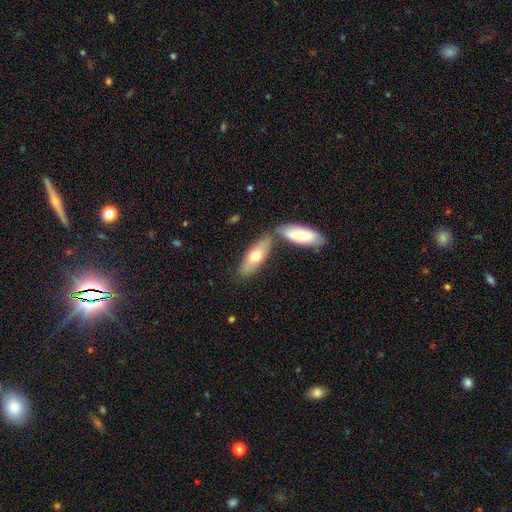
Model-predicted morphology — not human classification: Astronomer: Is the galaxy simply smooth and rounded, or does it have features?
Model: smooth — 63%.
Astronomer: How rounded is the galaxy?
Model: in between — 60% (runner-up: cigar-shaped, 37%).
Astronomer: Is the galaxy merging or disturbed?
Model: none — 58%.